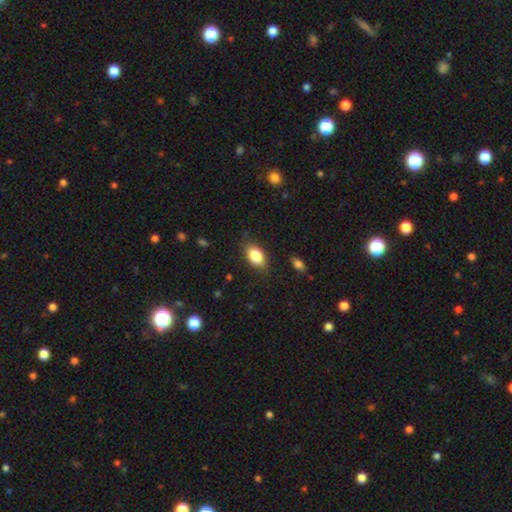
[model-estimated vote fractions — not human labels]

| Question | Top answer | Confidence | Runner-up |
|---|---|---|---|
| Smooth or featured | smooth | 84% | featured or disk (9%) |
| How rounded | in between | 89% | round (9%) |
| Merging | none | 80% | minor disturbance (15%) |